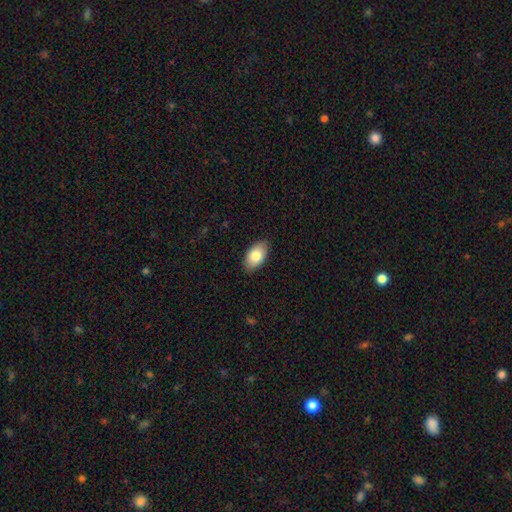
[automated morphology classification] smooth 81%, featured or disk 13%, star or artifact 6%. Down the decision tree: how rounded — in between (94%); merging — none (87%).